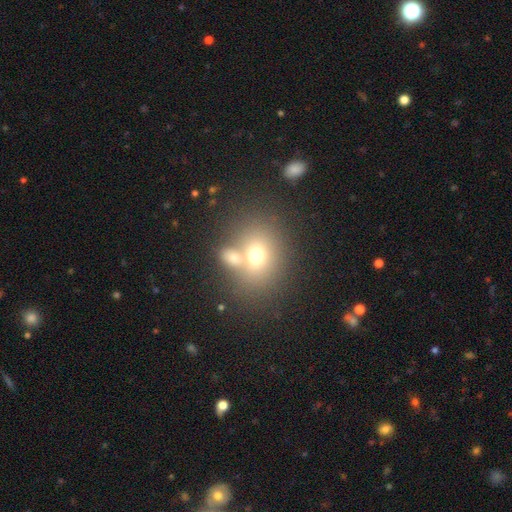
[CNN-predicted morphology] This is likely a smooth galaxy (68%). How rounded: possibly in between (57%). Merging: possibly none (45%).